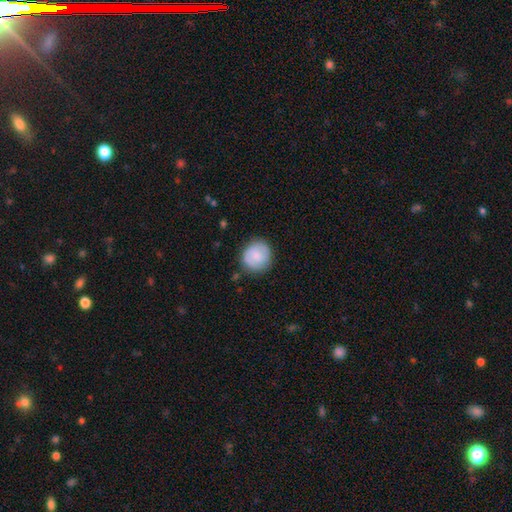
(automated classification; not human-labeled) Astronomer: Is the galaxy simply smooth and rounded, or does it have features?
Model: smooth — 69%.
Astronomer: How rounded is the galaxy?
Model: round — 89%.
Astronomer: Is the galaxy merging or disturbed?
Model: none — 83%.